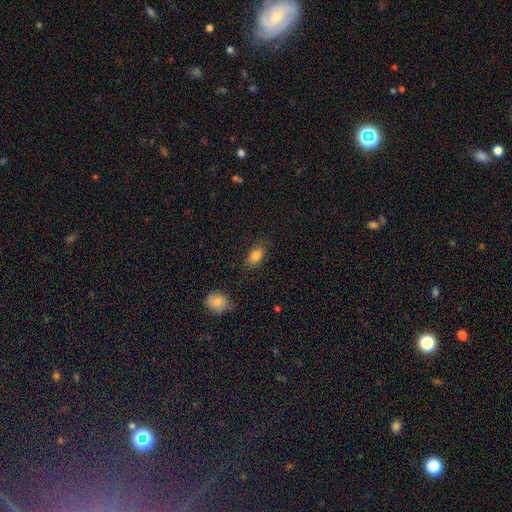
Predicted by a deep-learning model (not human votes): Overall: smooth (83%). How rounded: in between (86%). Merging: none (79%).